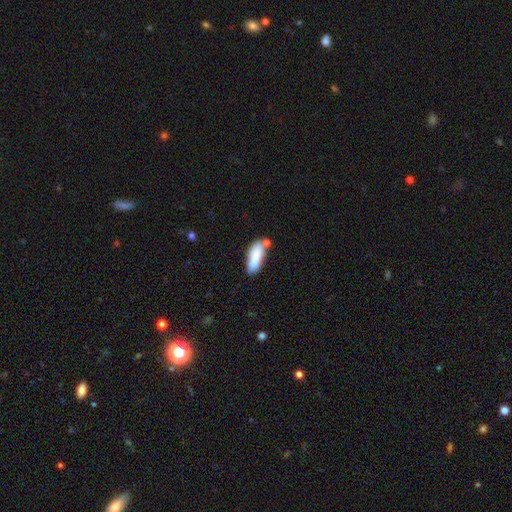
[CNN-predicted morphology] Overall: smooth (83%). How rounded: in between (72%). Merging: none (59%; minor disturbance 20%).